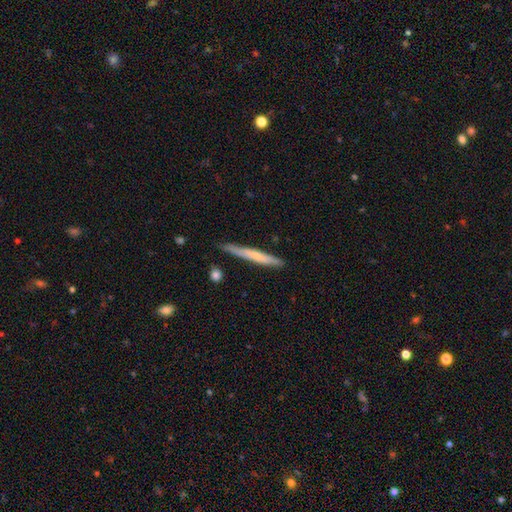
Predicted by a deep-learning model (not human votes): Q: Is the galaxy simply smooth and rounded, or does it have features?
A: smooth — 53%.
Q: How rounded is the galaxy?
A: cigar-shaped — 96%.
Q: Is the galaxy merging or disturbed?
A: none — 81%.